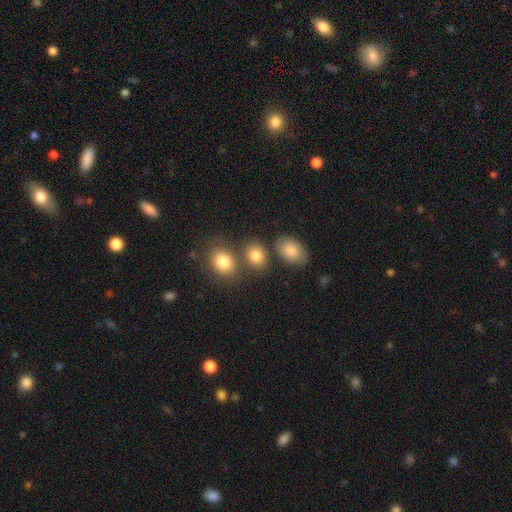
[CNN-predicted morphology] Smooth or featured: smooth — 83% (star or artifact — 10%)
How rounded: in between — 53% (round — 46%)
Merging: none — 66% (merger — 18%)